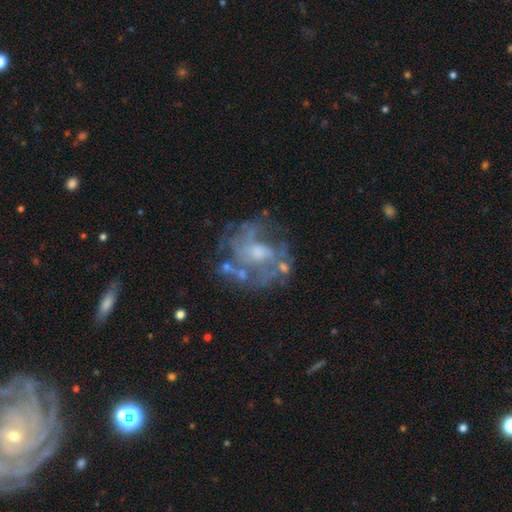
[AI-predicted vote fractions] Overall: featured or disk (72%). Edge-on disk: no (97%). Bar: no (65%; weak 28%). Spiral arms: yes (58%; no 42%). Bulge size: moderate (44%; small 38%). Merging: none (62%).